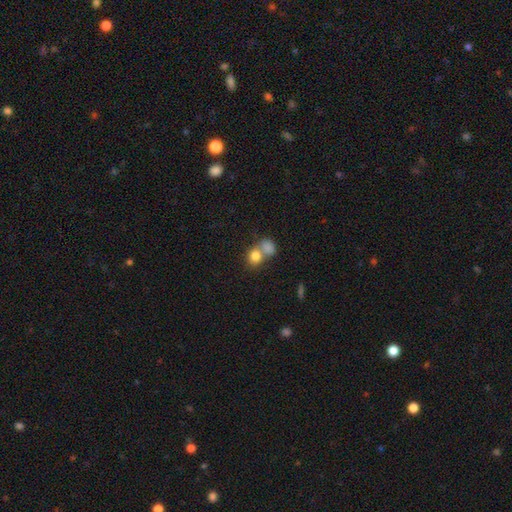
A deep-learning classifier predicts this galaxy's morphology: Q: Smooth or featured?
A: smooth (81%); runner-up: star or artifact (10%)
Q: How rounded?
A: round (72%); runner-up: in between (26%)
Q: Merging?
A: merger (51%); runner-up: none (37%)